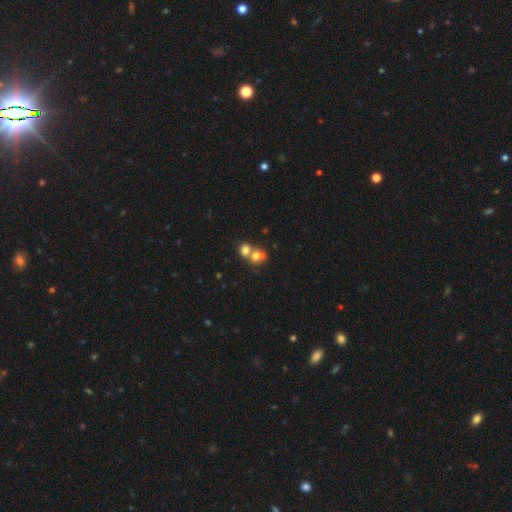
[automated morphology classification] Smooth or featured?
  - smooth: 70% *
  - featured or disk: 18%
  - star or artifact: 12%
How rounded?
  - round: 67% *
  - in between: 32%
  - cigar-shaped: 1%
Merging?
  - merger: 65% *
  - none: 26%
  - minor disturbance: 6%
  - major disturbance: 3%